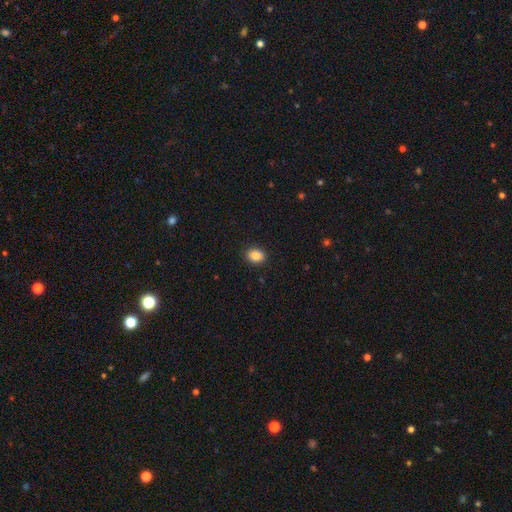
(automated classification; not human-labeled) Smooth or featured?
  - smooth: 87% *
  - star or artifact: 9%
  - featured or disk: 4%
How rounded?
  - in between: 55% *
  - round: 44%
  - cigar-shaped: 1%
Merging?
  - none: 90% *
  - minor disturbance: 7%
  - major disturbance: 2%
  - merger: 1%